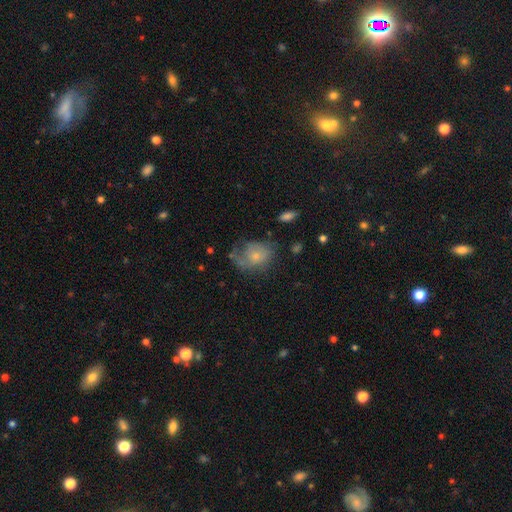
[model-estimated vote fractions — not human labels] smooth_or_featured: smooth (p=0.51) [alt: featured or disk p=0.39]
how_rounded: round (p=0.50) [alt: in between p=0.49]
merging: none (p=0.40) [alt: major disturbance p=0.28]